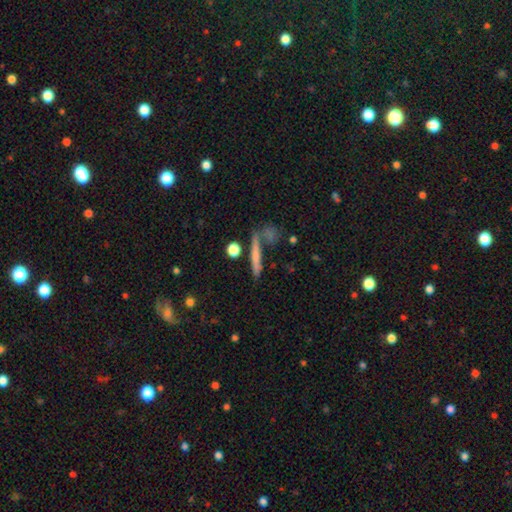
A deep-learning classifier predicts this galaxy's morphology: A smooth galaxy with no disk features (57%) that is cigar-shaped (88%).

Vote fractions:
- Smooth or featured? smooth: 57% / featured or disk: 33% / star or artifact: 10%
- How rounded? cigar-shaped: 88% / in between: 6% / round: 5%
- Merging? none: 74% / minor disturbance: 11% / merger: 11% / major disturbance: 4%